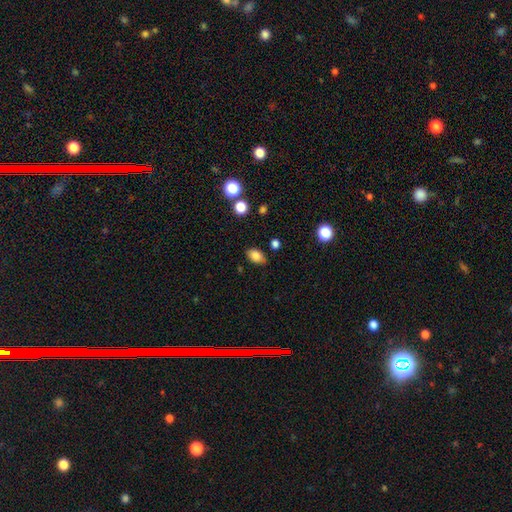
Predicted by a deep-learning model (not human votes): A smooth galaxy with no disk features (82%) that is in between round and cigar-shaped (86%). Merging: none (83%).